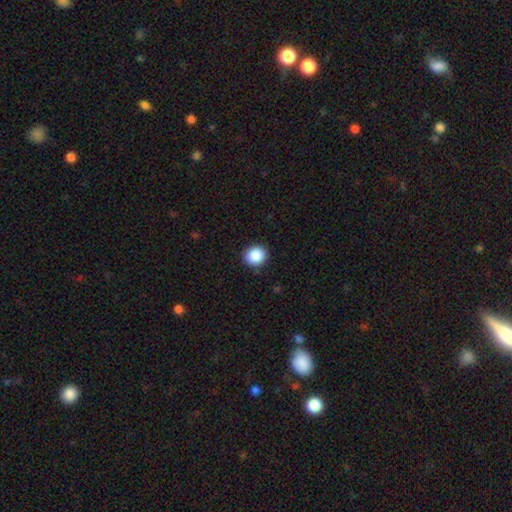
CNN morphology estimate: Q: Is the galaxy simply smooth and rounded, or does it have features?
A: smooth — 88%.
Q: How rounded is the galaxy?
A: round — 80%.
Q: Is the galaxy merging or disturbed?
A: none — 91%.